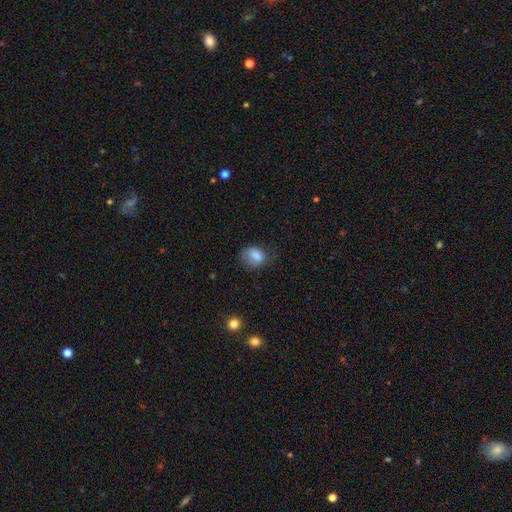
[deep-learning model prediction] A smooth galaxy with no disk features (81%) that is in between round and cigar-shaped (59%). Merging: none (52%).